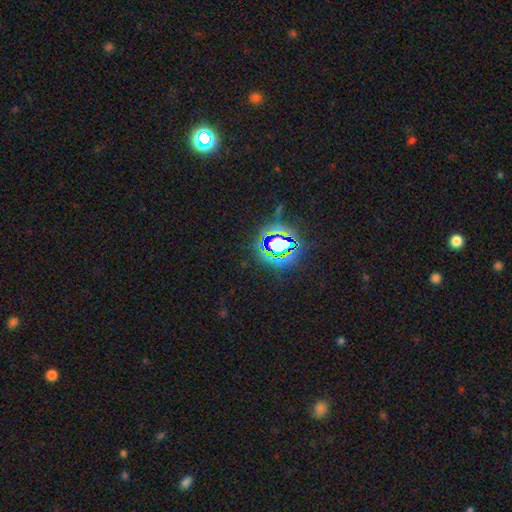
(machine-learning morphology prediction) Overall: star or artifact (81%).